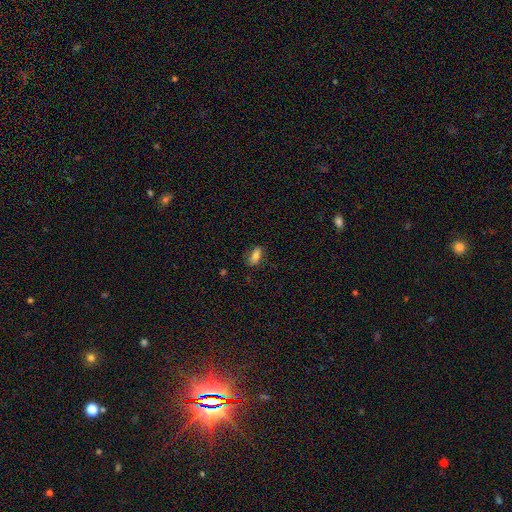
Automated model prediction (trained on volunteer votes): smooth-or-featured: smooth: 80% | featured or disk: 10% | star or artifact: 10%
  how-rounded: in between: 83% | cigar-shaped: 12% | round: 5%
  merging: none: 74% | minor disturbance: 19% | major disturbance: 5% | merger: 2%